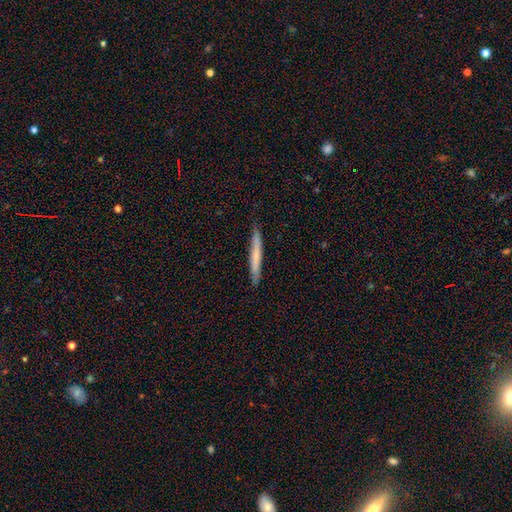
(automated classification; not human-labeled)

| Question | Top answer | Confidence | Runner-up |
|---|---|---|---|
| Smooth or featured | smooth | 61% | featured or disk (34%) |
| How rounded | cigar-shaped | 96% | in between (2%) |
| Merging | none | 86% | minor disturbance (11%) |